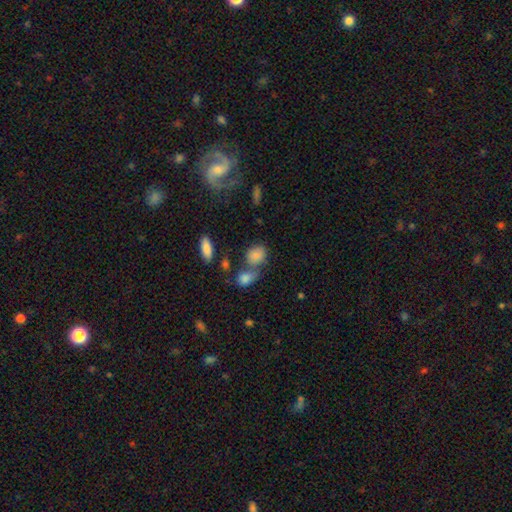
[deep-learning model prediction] Morphology: type=smooth (73%); roundness=round (53%); merging=none (49%).